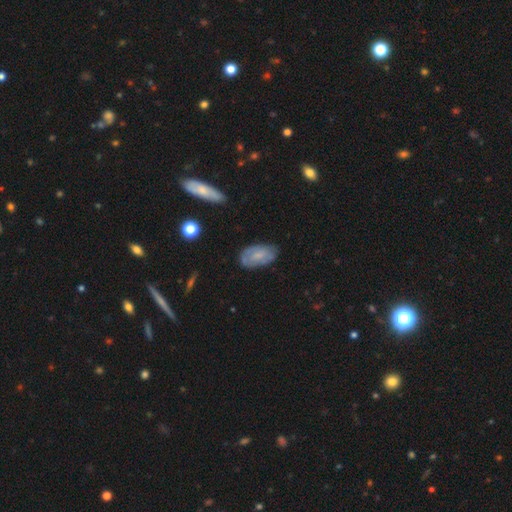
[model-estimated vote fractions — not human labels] smooth_or_featured: smooth (p=0.60) [alt: featured or disk p=0.33]
how_rounded: in between (p=0.93) [alt: round p=0.05]
merging: none (p=0.72) [alt: minor disturbance p=0.21]